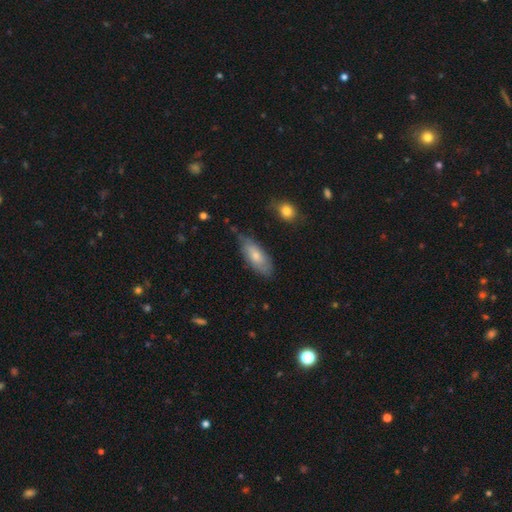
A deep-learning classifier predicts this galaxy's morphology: A smooth galaxy with no disk features (69%) that is in between round and cigar-shaped (81%). Merging: none (65%).